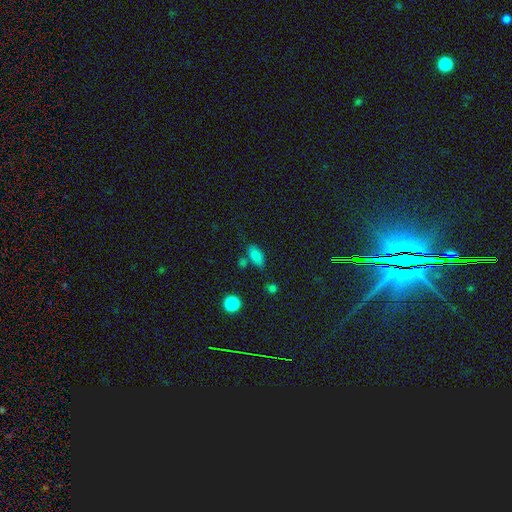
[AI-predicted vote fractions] A smooth galaxy with no disk features (78%) that is in between round and cigar-shaped (86%).

Vote fractions:
- Smooth or featured? smooth: 78% / star or artifact: 12% / featured or disk: 10%
- How rounded? in between: 86% / cigar-shaped: 8% / round: 6%
- Merging? none: 67% / minor disturbance: 18% / merger: 10% / major disturbance: 5%